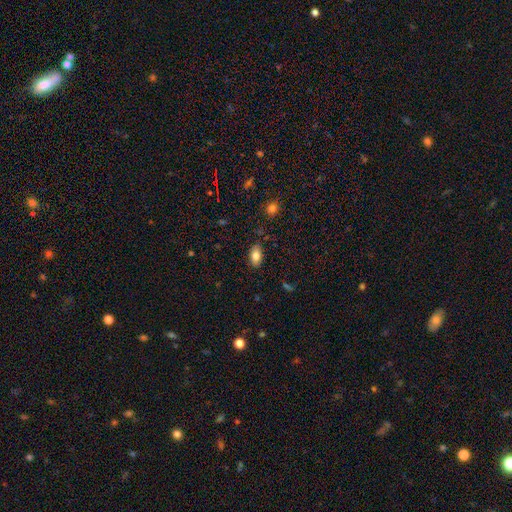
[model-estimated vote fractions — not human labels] The model was most divided on "smooth or featured": smooth: 82%, featured or disk: 10%, star or artifact: 8%. More confident: how rounded — in between (92%); merging — none (85%).